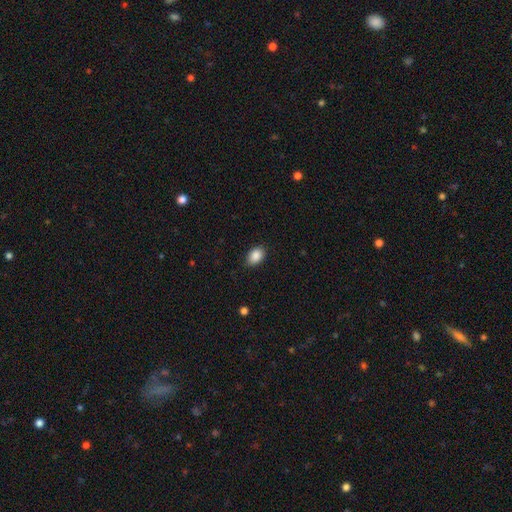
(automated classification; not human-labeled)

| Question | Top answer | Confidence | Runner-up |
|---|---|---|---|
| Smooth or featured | smooth | 88% | star or artifact (8%) |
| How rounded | in between | 84% | round (15%) |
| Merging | none | 85% | minor disturbance (12%) |